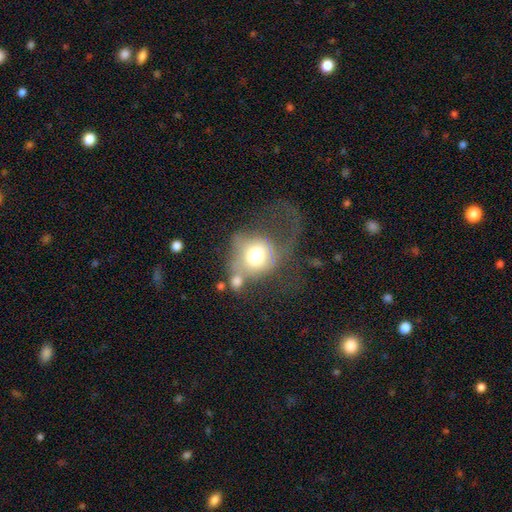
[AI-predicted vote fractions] Smooth or featured? Predicted: smooth (p=0.59). How rounded? Predicted: round (p=0.73). Merging? Predicted: major disturbance (p=0.50).